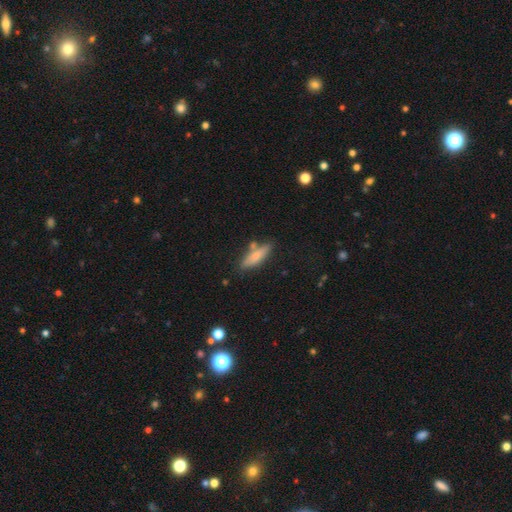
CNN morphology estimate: Smooth or featured? smooth (69%)
How rounded? cigar-shaped (63%)
Merging? none (72%)